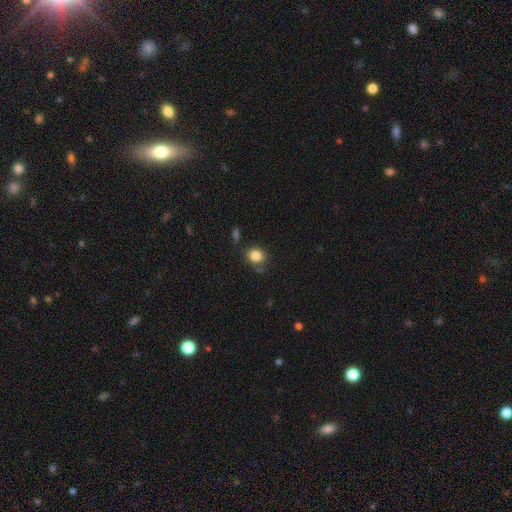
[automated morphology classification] Smooth or featured?
  - smooth: 84% *
  - star or artifact: 10%
  - featured or disk: 6%
How rounded?
  - round: 74% *
  - in between: 25%
  - cigar-shaped: 1%
Merging?
  - none: 74% *
  - minor disturbance: 15%
  - merger: 6%
  - major disturbance: 5%